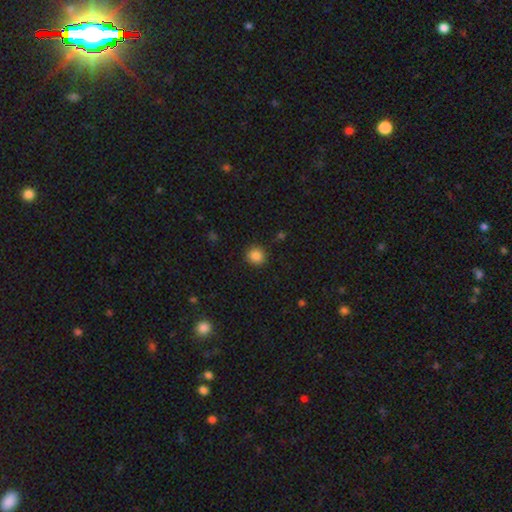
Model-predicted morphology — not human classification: smooth 86%, star or artifact 10%, featured or disk 4%. Down the decision tree: how rounded — round (89%); merging — none (90%).